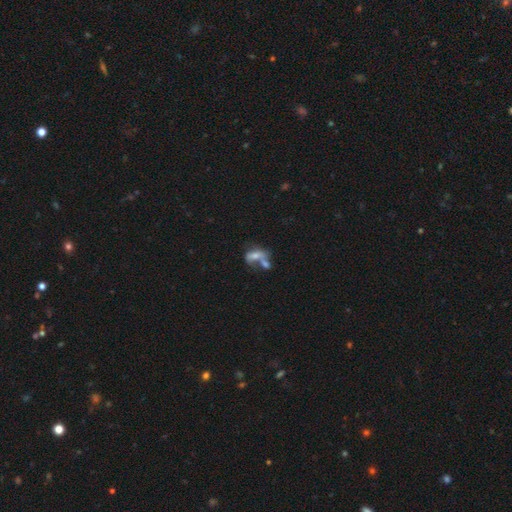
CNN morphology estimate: type=smooth (51%); roundness=in between (76%); merging=merger (51%).